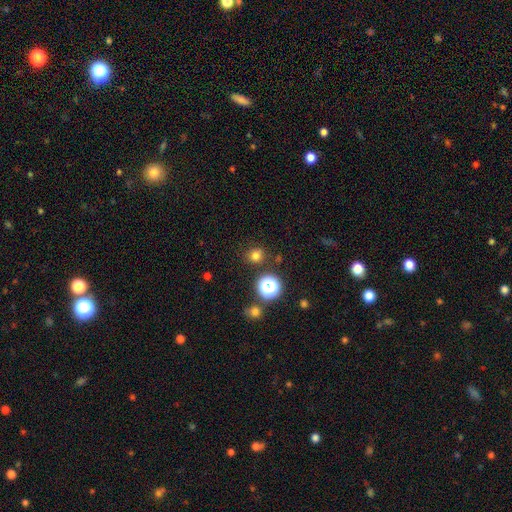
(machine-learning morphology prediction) Smooth or featured? smooth (75%)
How rounded? round (85%)
Merging? none (86%)